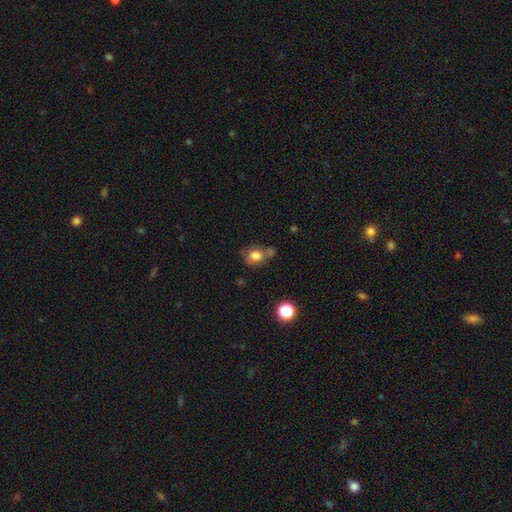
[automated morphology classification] type=smooth (76%); roundness=round (60%); merging=none (49%).